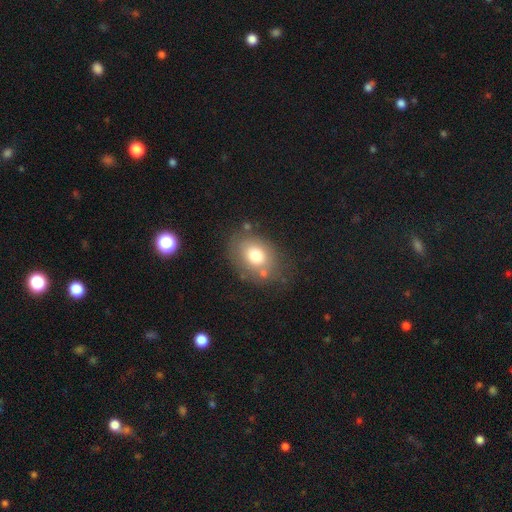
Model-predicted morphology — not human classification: This is likely a smooth galaxy (72%). How rounded: likely in between (64%). Merging: likely none (69%).